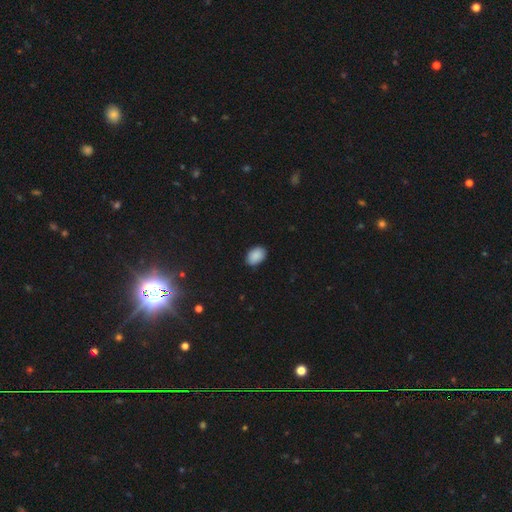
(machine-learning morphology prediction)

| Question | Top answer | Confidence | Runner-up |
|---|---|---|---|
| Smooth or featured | smooth | 89% | star or artifact (7%) |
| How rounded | in between | 84% | round (15%) |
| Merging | none | 86% | minor disturbance (11%) |